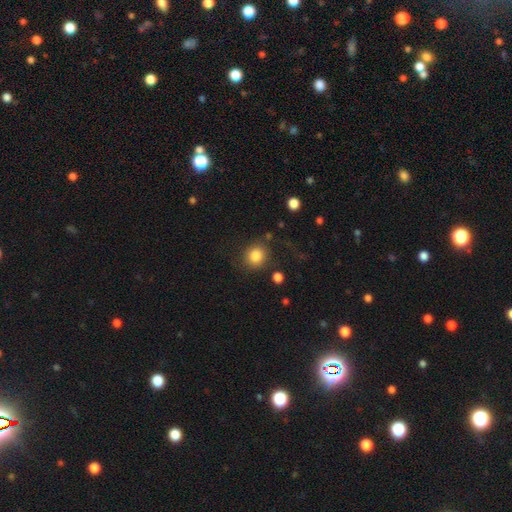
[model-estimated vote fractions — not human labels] Overall: smooth (84%). How rounded: round (86%). Merging: none (78%).